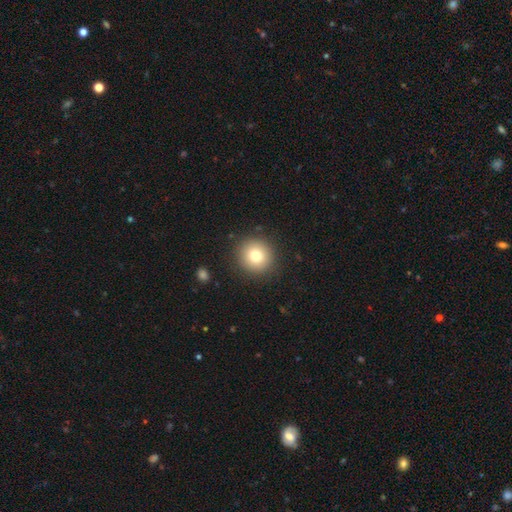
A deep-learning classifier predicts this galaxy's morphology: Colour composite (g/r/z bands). It shows a smooth galaxy with no disk features (78%) that is round (93%). Merging: none (90%).